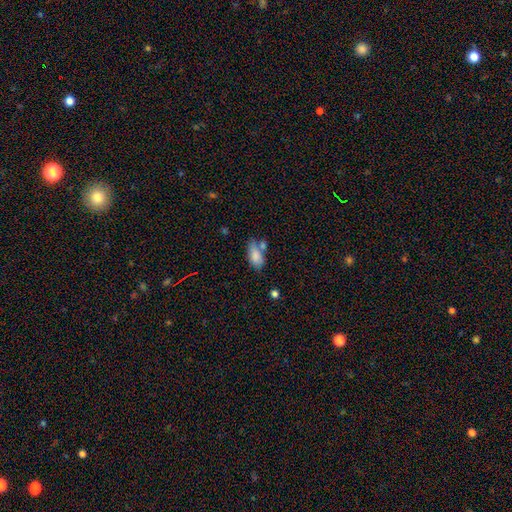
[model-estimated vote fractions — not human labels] Smooth or featured?
  - smooth: 82% *
  - featured or disk: 10%
  - star or artifact: 8%
How rounded?
  - in between: 89% *
  - cigar-shaped: 7%
  - round: 3%
Merging?
  - none: 49% *
  - merger: 23%
  - minor disturbance: 21%
  - major disturbance: 7%